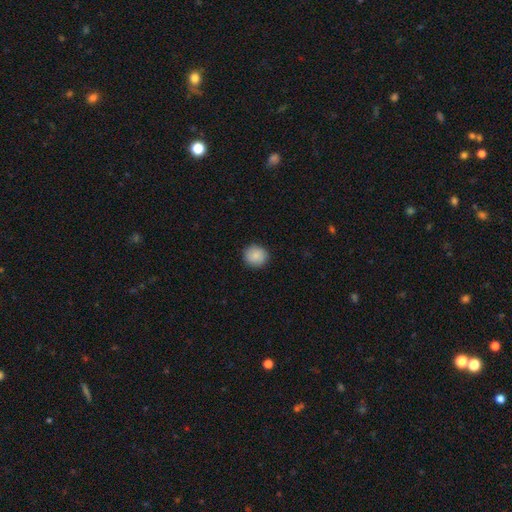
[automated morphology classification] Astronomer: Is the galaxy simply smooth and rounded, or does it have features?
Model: smooth — 87%.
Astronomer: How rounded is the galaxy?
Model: round — 90%.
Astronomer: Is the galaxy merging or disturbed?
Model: none — 90%.